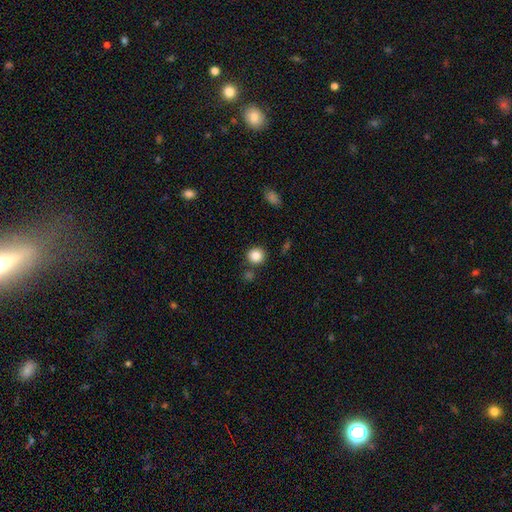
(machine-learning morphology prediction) Smooth or featured? smooth (86%)
How rounded? round (91%)
Merging? none (83%)